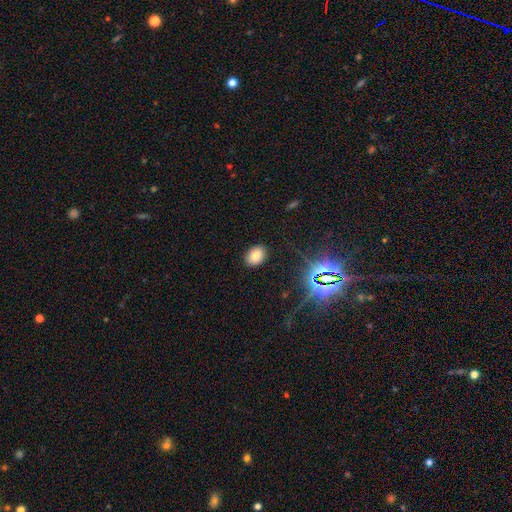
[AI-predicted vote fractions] Overall: smooth (77%). How rounded: in between (75%). Merging: none (88%).